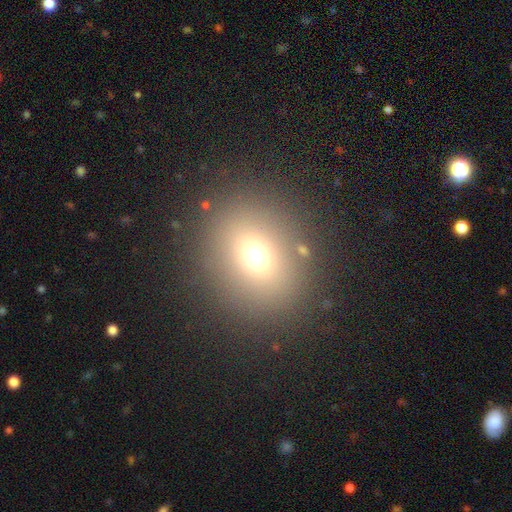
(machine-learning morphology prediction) A smooth galaxy with no disk features (68%) that is round (71%). Merging: none (86%).